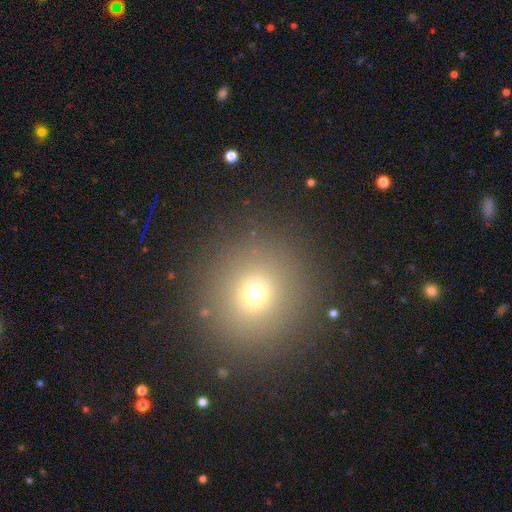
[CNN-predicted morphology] Smooth or featured: smooth — 65% (star or artifact — 26%)
How rounded: round — 93% (in between — 6%)
Merging: none — 92% (minor disturbance — 5%)